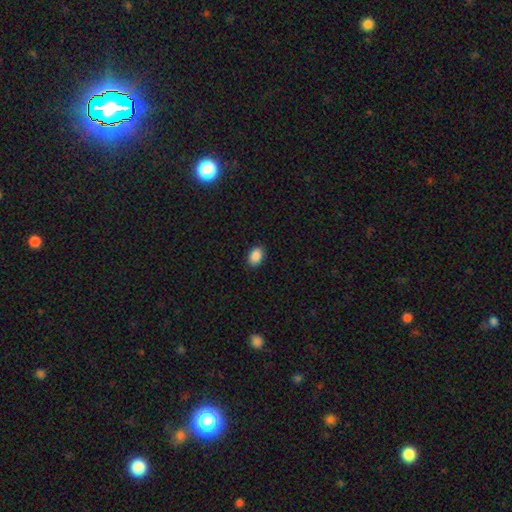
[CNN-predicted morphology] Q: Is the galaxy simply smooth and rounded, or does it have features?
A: smooth — 89%.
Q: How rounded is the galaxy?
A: in between — 80%.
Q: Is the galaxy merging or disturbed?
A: none — 89%.